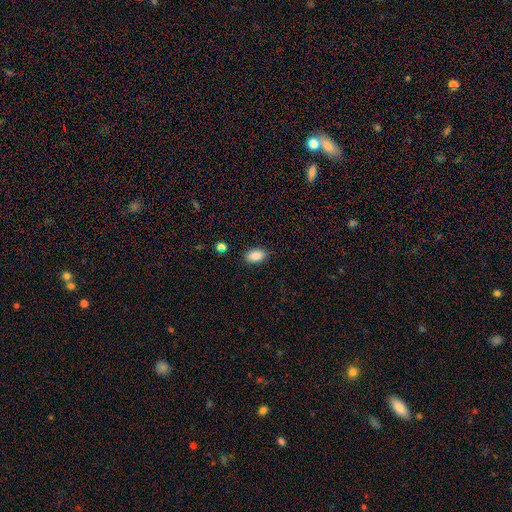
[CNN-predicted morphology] This appears to be a smooth galaxy with no disk features (88%) that is in between round and cigar-shaped (92%). Merging: none (86%).